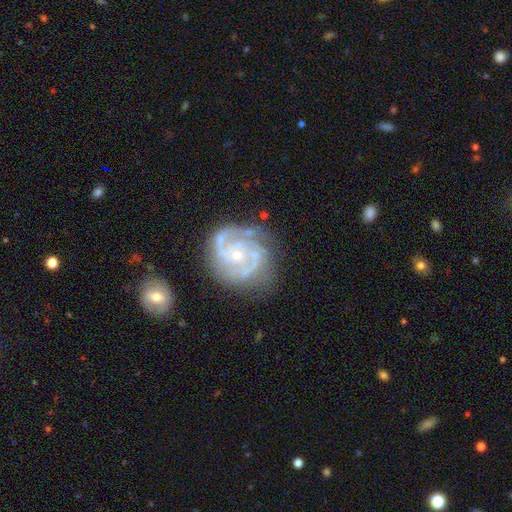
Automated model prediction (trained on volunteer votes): Q: Smooth or featured?
A: featured or disk (86%); runner-up: star or artifact (8%)
Q: Edge-on disk?
A: no (98%); runner-up: yes (2%)
Q: Bar?
A: no (62%); runner-up: weak (30%)
Q: Spiral arms?
A: yes (97%); runner-up: no (3%)
Q: Spiral winding?
A: tight (58%); runner-up: medium (35%)
Q: Spiral arm count?
A: 2 (38%); runner-up: 3 (31%)
Q: Bulge size?
A: small (63%); runner-up: moderate (33%)
Q: Merging?
A: none (72%); runner-up: minor disturbance (18%)